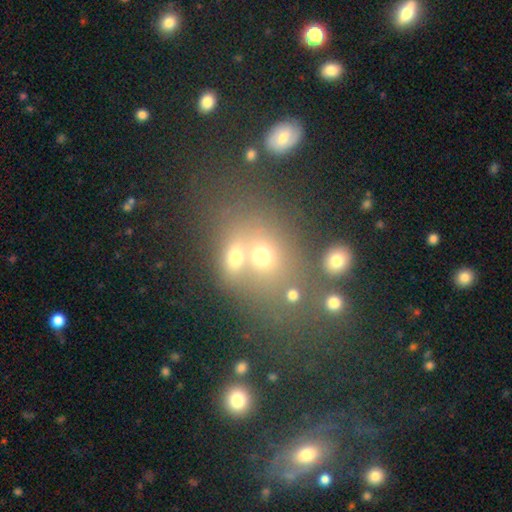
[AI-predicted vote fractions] Smooth or featured? smooth (54%)
How rounded? in between (50%)
Merging? merger (46%)